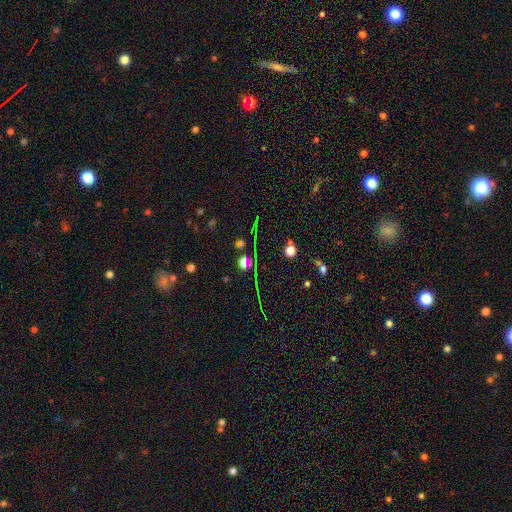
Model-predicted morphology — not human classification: Overall: star or artifact (66%).